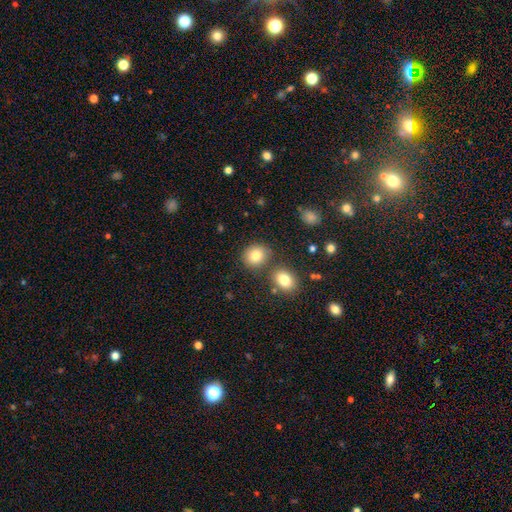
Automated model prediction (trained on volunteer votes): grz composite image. It shows a smooth galaxy with no disk features (81%) that is round (74%). Merging: none (75%).